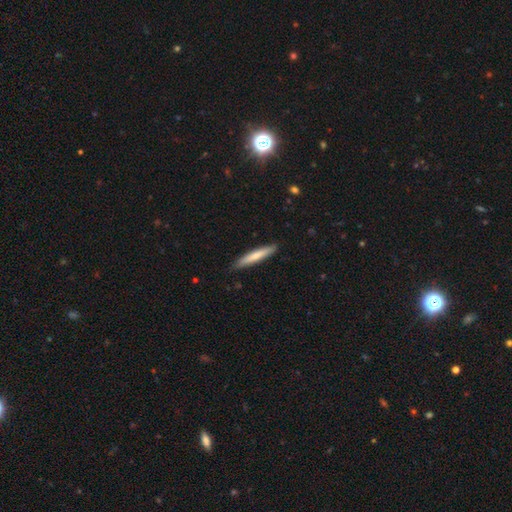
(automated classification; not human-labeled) A smooth galaxy with no disk features (69%) that is cigar-shaped (92%).

Vote fractions:
- Smooth or featured? smooth: 69% / featured or disk: 26% / star or artifact: 5%
- How rounded? cigar-shaped: 92% / in between: 7% / round: 1%
- Merging? none: 86% / minor disturbance: 11% / major disturbance: 2% / merger: 1%